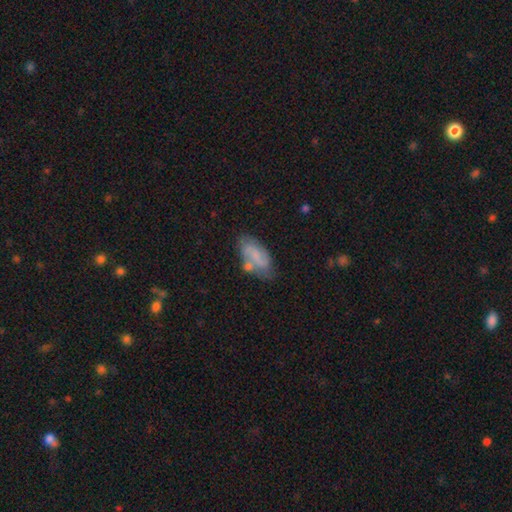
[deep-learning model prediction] Overall: smooth (56%; featured or disk 36%). How rounded: in between (88%). Merging: none (56%; minor disturbance 23%).